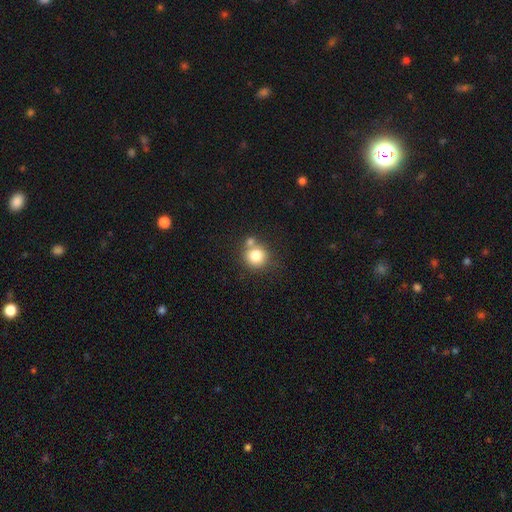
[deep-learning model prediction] This is likely a smooth galaxy (80%). How rounded: clearly round (90%). Merging: possibly none (57%).